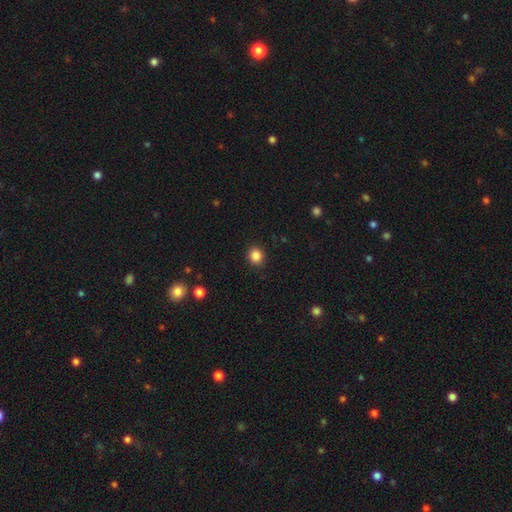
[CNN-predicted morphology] The model was most divided on "how rounded": round: 83%, in between: 16%, cigar-shaped: 1%. More confident: merging — none (90%); smooth or featured — smooth (86%).